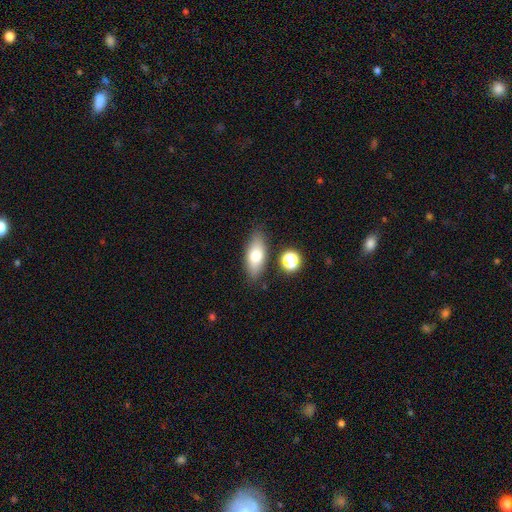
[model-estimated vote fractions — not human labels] A smooth galaxy with no disk features (75%) that is in between round and cigar-shaped (77%). Merging: none (81%).